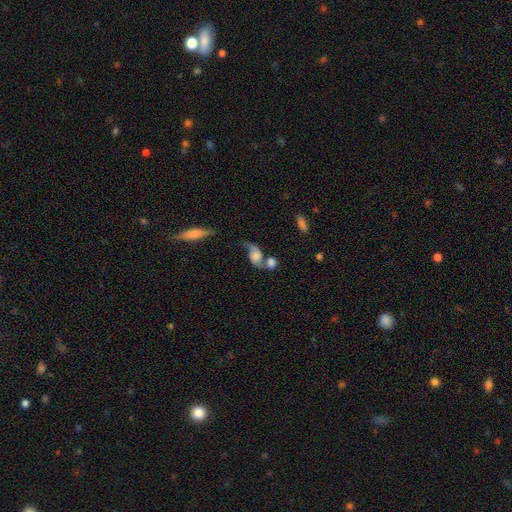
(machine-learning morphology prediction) A featured or disk galaxy (54%) with no bar (71%), spiral arms (84%) and a moderate central bulge (26%). Merging: merger (43%).